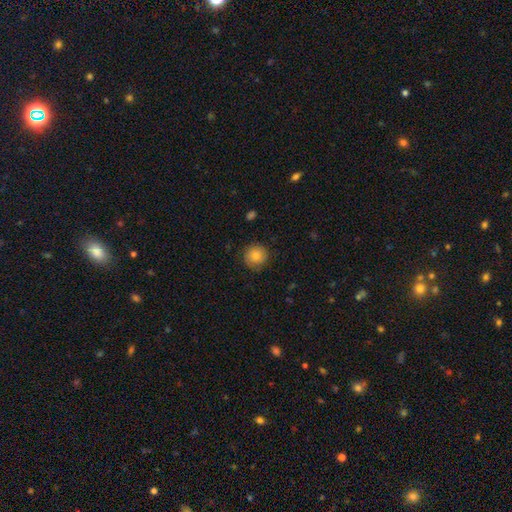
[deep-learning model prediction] Smooth or featured: smooth — 73% (featured or disk — 19%)
How rounded: round — 92% (in between — 7%)
Merging: none — 80% (minor disturbance — 14%)